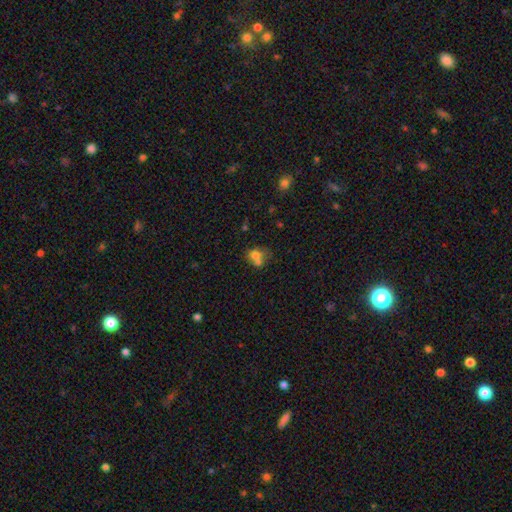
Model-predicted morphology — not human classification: type=smooth (71%); roundness=round (61%); merging=merger (51%).